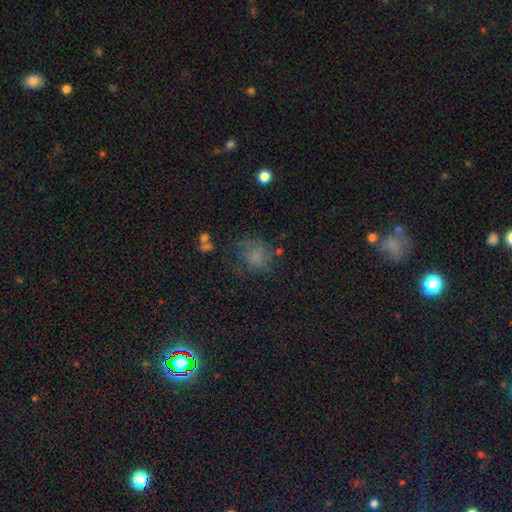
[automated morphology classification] type=smooth (60%); roundness=round (64%); merging=none (55%).